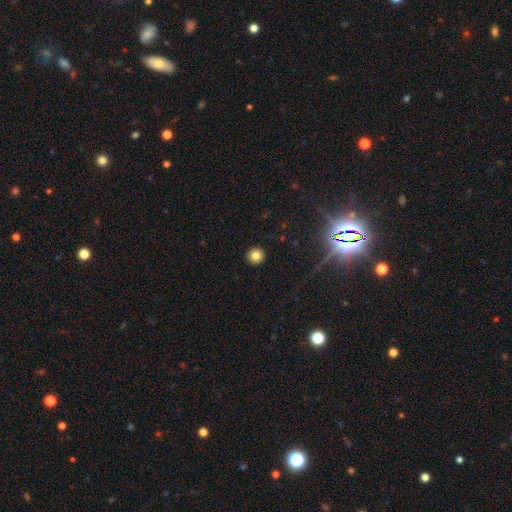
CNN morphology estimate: Overall: smooth (81%). How rounded: round (95%). Merging: none (93%).